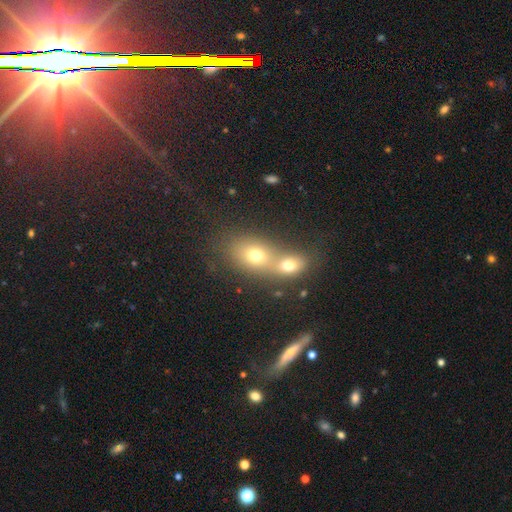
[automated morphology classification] smooth_or_featured: smooth (p=0.70) [alt: featured or disk p=0.17]
how_rounded: in between (p=0.64) [alt: round p=0.34]
merging: merger (p=0.60) [alt: none p=0.29]